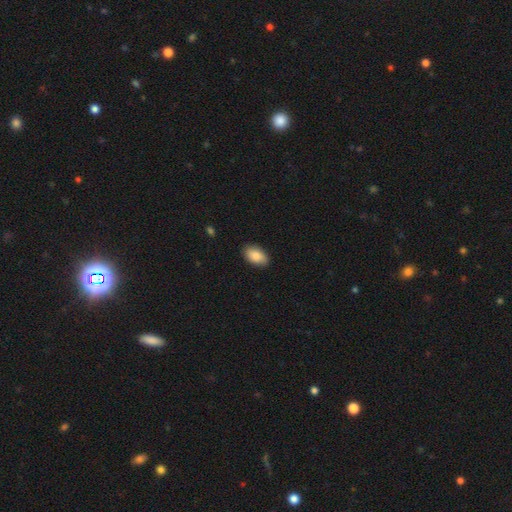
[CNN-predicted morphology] Overall: smooth (88%). How rounded: in between (92%). Merging: none (86%).